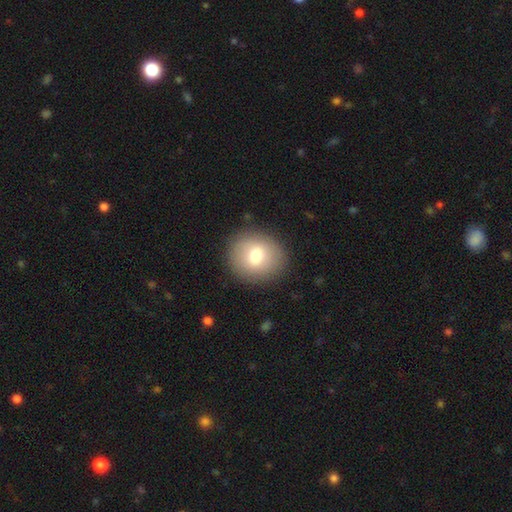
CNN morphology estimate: This is likely a smooth galaxy (75%). How rounded: clearly round (85%). Merging: clearly none (88%).